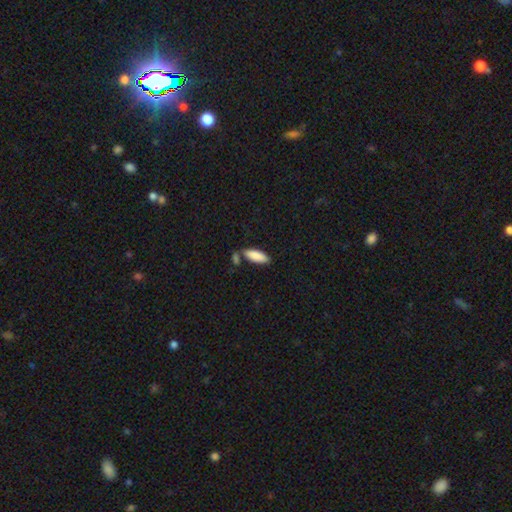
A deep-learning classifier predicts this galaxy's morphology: smooth 87%, featured or disk 7%, star or artifact 6%. Down the decision tree: how rounded — in between (68%); merging — none (66%).